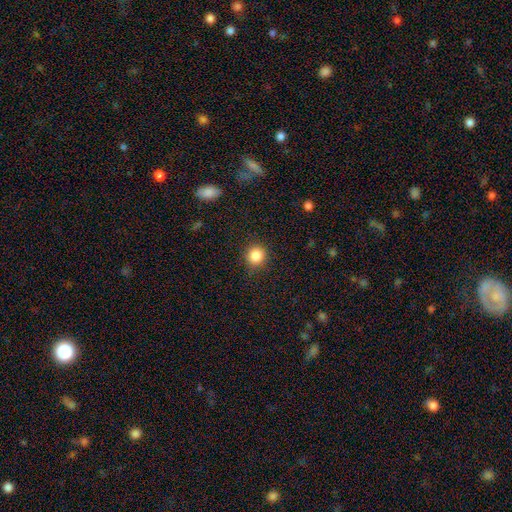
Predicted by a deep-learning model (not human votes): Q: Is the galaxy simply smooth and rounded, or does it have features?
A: smooth — 86%.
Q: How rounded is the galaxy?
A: round — 92%.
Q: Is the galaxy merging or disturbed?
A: none — 89%.